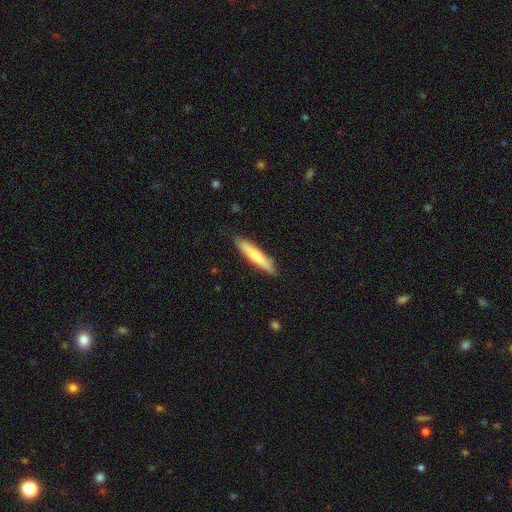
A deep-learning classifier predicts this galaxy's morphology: smooth 70%, featured or disk 25%, star or artifact 5%. Down the decision tree: how rounded — cigar-shaped (88%); merging — none (86%).